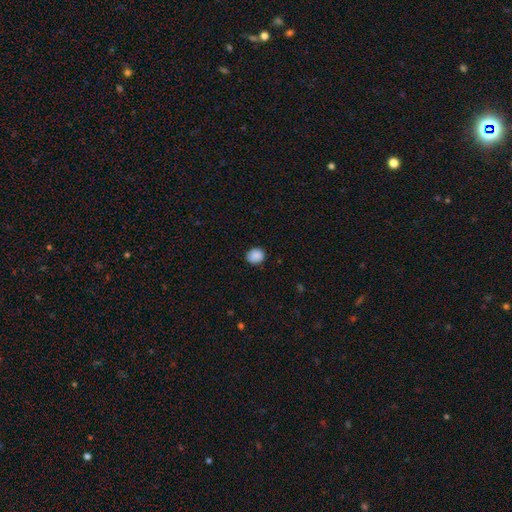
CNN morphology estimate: smooth-or-featured: smooth: 88% | star or artifact: 8% | featured or disk: 4%
  how-rounded: round: 66% | in between: 33% | cigar-shaped: 1%
  merging: none: 83% | minor disturbance: 13% | major disturbance: 3% | merger: 1%